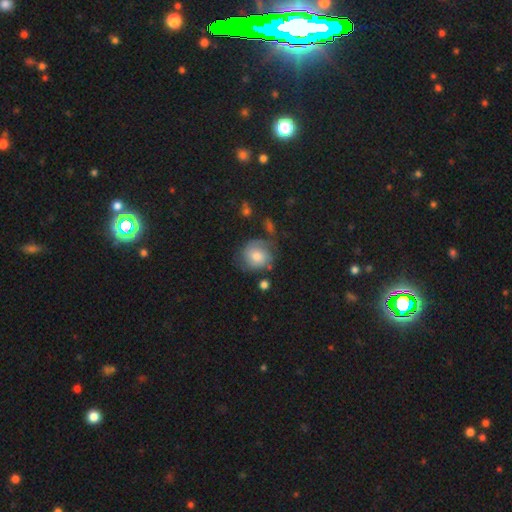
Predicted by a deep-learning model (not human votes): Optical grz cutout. It shows a smooth galaxy with no disk features (63%) that is round (81%). Merging: none (57%).